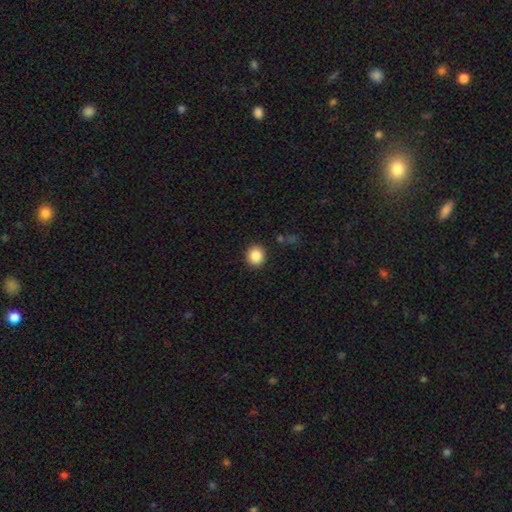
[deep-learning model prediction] A smooth galaxy with no disk features (86%) that is round (85%).

Vote fractions:
- Smooth or featured? smooth: 86% / star or artifact: 9% / featured or disk: 4%
- How rounded? round: 85% / in between: 14% / cigar-shaped: 1%
- Merging? none: 91% / minor disturbance: 6% / major disturbance: 2% / merger: 1%